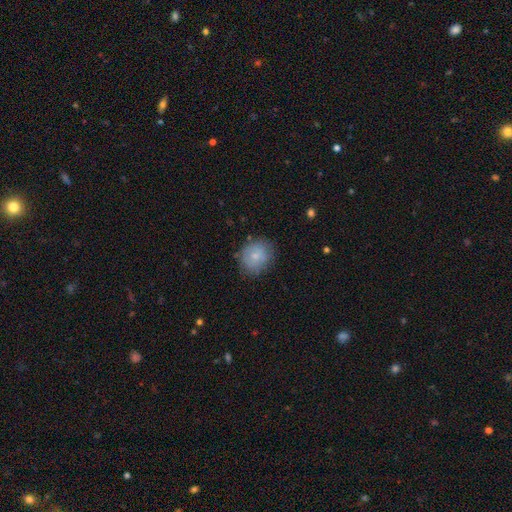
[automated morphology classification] Smooth or featured?
  - smooth: 75% *
  - featured or disk: 16%
  - star or artifact: 8%
How rounded?
  - round: 72% *
  - in between: 28%
  - cigar-shaped: 1%
Merging?
  - none: 75% *
  - minor disturbance: 19%
  - major disturbance: 5%
  - merger: 2%